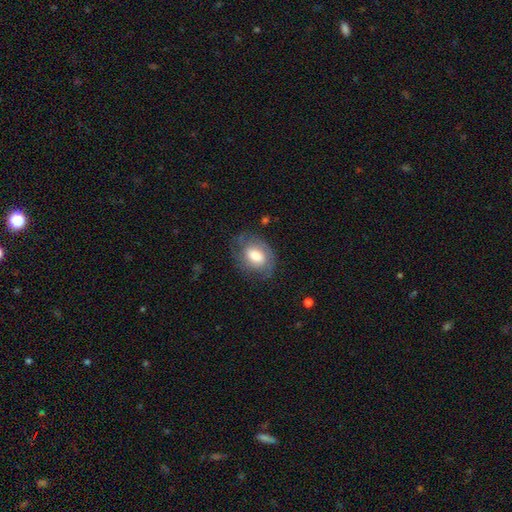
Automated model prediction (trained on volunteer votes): Overall: featured or disk (47%; smooth 46%). Merging: none (65%).